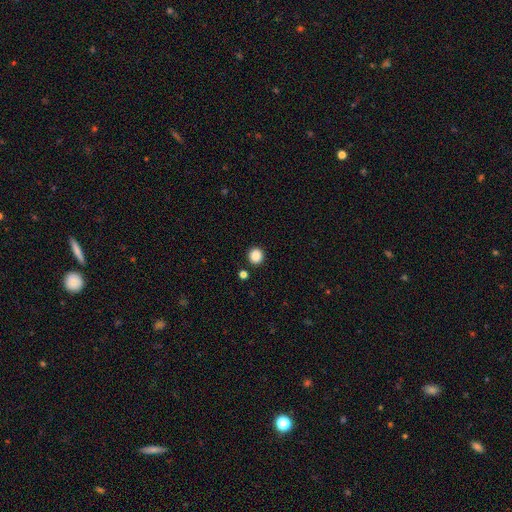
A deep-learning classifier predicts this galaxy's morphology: type=smooth (87%); roundness=round (93%); merging=none (91%).